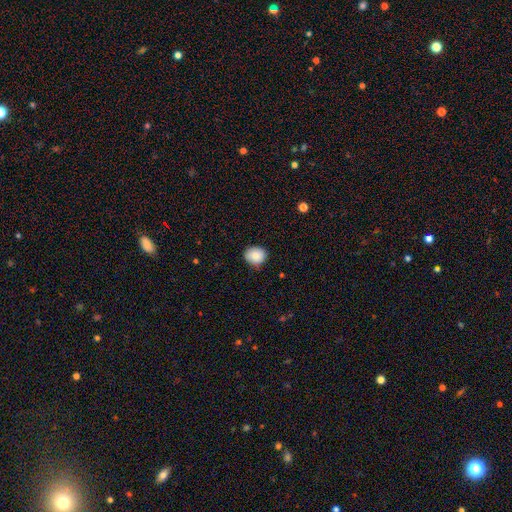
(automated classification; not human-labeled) Morphology: type=smooth (84%); roundness=round (72%); merging=none (84%).